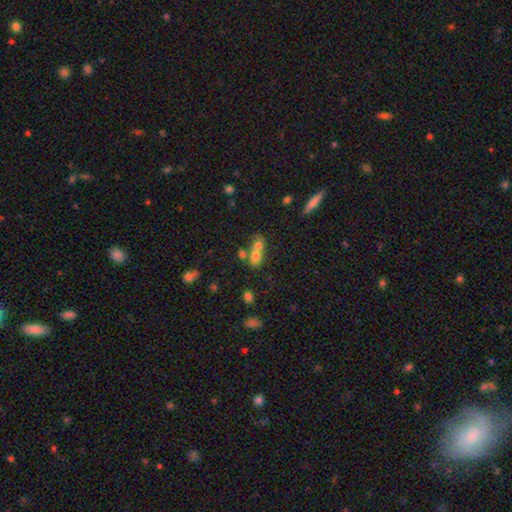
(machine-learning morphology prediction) A smooth galaxy with no disk features (67%) that is in between round and cigar-shaped (65%).

Vote fractions:
- Smooth or featured? smooth: 67% / featured or disk: 19% / star or artifact: 14%
- How rounded? in between: 65% / round: 29% / cigar-shaped: 6%
- Merging? merger: 66% / none: 23% / minor disturbance: 7% / major disturbance: 4%